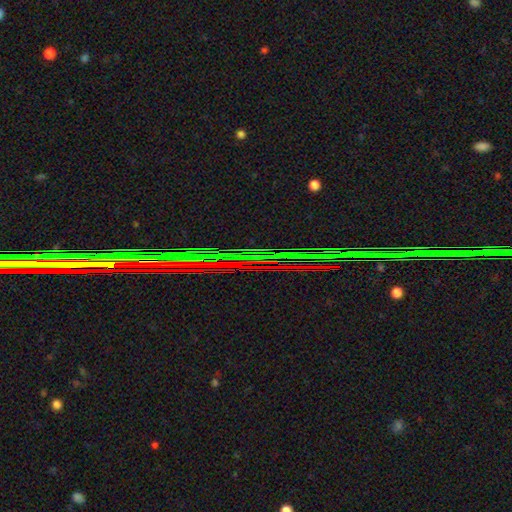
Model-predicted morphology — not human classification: A star or artifact, not a galaxy (85%).